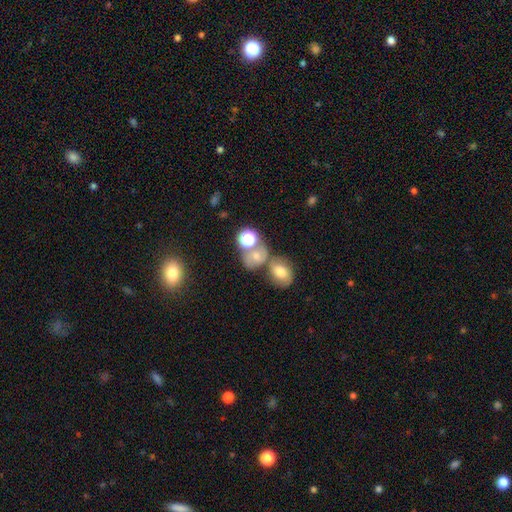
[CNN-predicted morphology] This is possibly a smooth galaxy (59%). How rounded: possibly round (58%). Merging: marginally merger (43%).